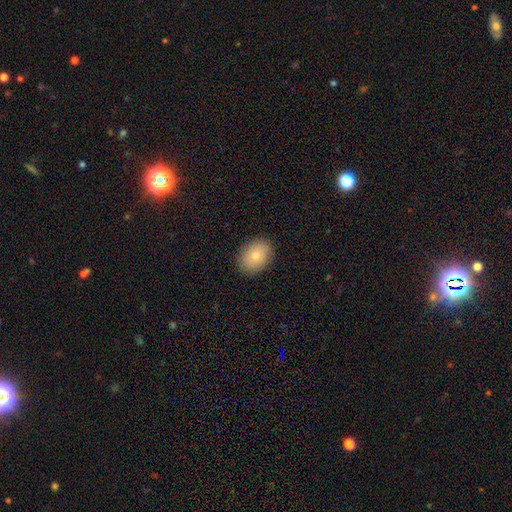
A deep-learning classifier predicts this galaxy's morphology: type=smooth (80%); roundness=in between (72%); merging=none (89%).